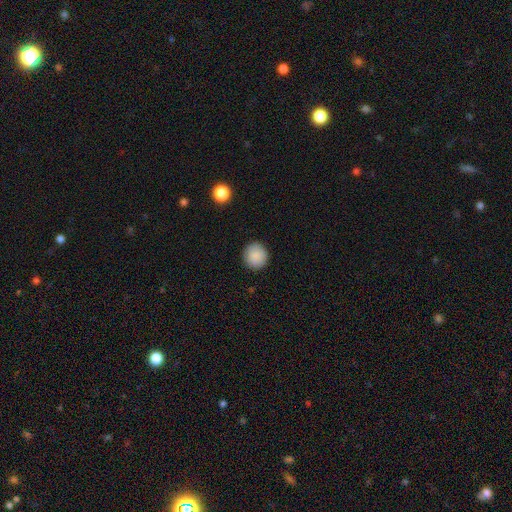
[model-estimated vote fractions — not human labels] Q: Smooth or featured?
A: smooth (89%); runner-up: star or artifact (8%)
Q: How rounded?
A: round (91%); runner-up: in between (8%)
Q: Merging?
A: none (91%); runner-up: minor disturbance (6%)